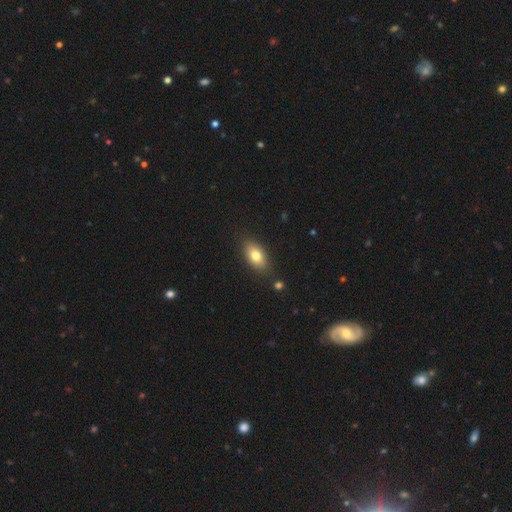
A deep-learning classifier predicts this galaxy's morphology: Smooth or featured: smooth — 78% (featured or disk — 13%)
How rounded: in between — 88% (round — 8%)
Merging: none — 83% (minor disturbance — 11%)